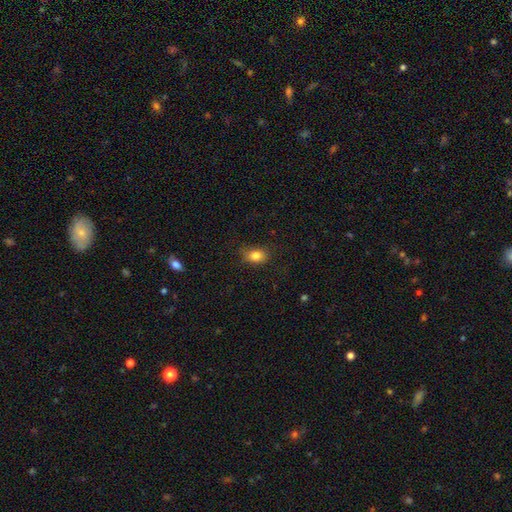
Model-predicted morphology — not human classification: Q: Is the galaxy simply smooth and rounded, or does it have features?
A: smooth — 83%.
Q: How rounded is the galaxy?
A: in between — 76%.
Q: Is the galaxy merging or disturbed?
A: none — 77%.